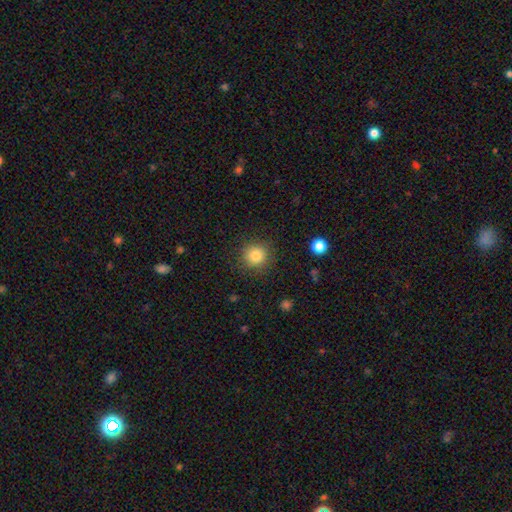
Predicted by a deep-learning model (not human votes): Smooth or featured? Predicted: smooth (p=0.83). How rounded? Predicted: round (p=0.92). Merging? Predicted: none (p=0.87).